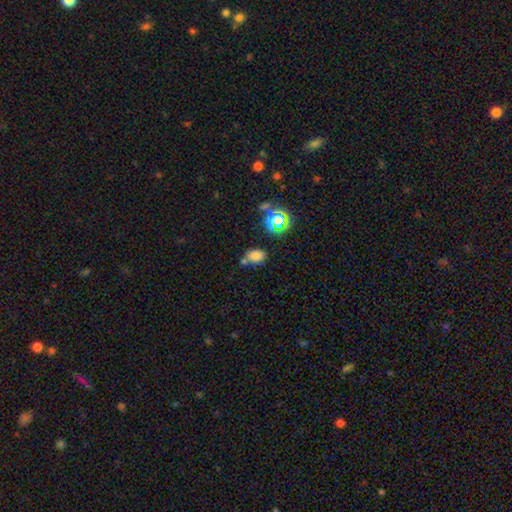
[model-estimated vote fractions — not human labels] A smooth galaxy with no disk features (70%) that is in between round and cigar-shaped (78%).

Vote fractions:
- Smooth or featured? smooth: 70% / star or artifact: 22% / featured or disk: 8%
- How rounded? in between: 78% / round: 21% / cigar-shaped: 1%
- Merging? none: 60% / merger: 18% / minor disturbance: 17% / major disturbance: 5%